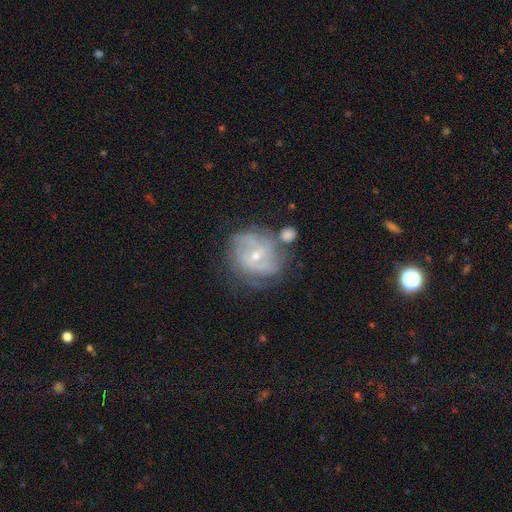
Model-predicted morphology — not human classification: smooth_or_featured: featured or disk (p=0.78) [alt: smooth p=0.15]
disk_edge_on: no (p=0.97) [alt: yes p=0.03]
bar: no (p=0.51) [alt: weak p=0.39]
has_spiral_arms: yes (p=0.88) [alt: no p=0.12]
spiral_winding: tight (p=0.55) [alt: medium p=0.34]
spiral_arm_count: can't tell (p=0.39) [alt: 2 p=0.23]
bulge_size: small (p=0.66) [alt: moderate p=0.31]
merging: none (p=0.57) [alt: minor disturbance p=0.21]